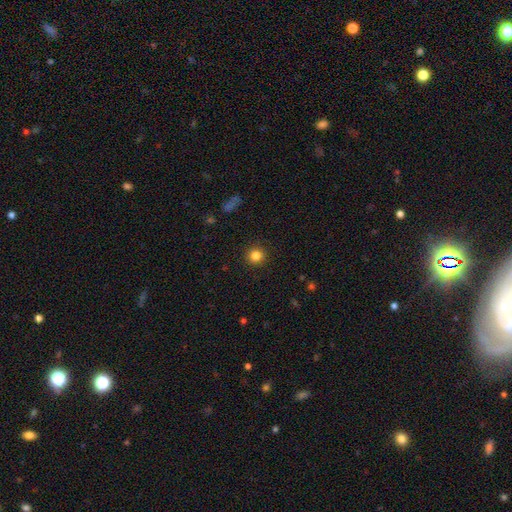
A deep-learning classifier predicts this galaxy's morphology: Smooth or featured? smooth (83%)
How rounded? round (93%)
Merging? none (92%)